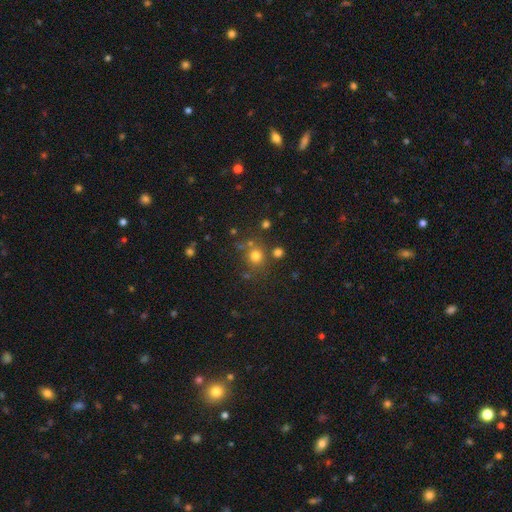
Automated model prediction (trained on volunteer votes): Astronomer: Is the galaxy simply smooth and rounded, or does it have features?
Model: smooth — 73%.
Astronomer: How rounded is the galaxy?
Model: round — 89%.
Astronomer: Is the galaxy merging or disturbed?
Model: none — 72%.